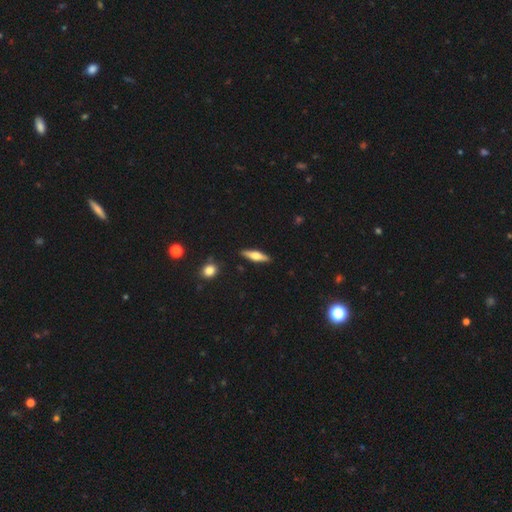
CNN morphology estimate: featured or disk 49%, smooth 45%, star or artifact 6%. Down the decision tree: merging — none (89%).